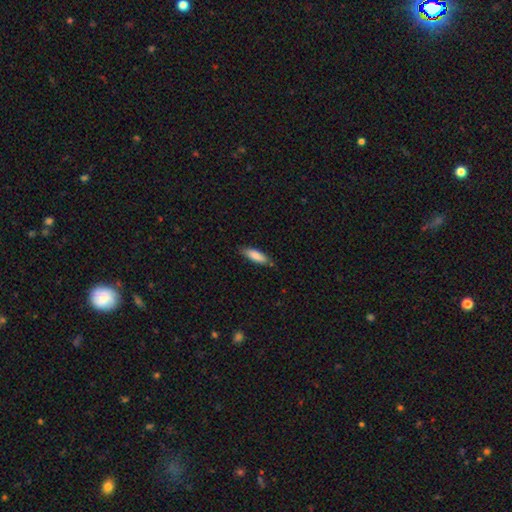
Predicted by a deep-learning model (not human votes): The model was most divided on "how rounded": in between: 50%, cigar-shaped: 48%, round: 2%. More confident: smooth or featured — smooth (84%); merging — none (81%).